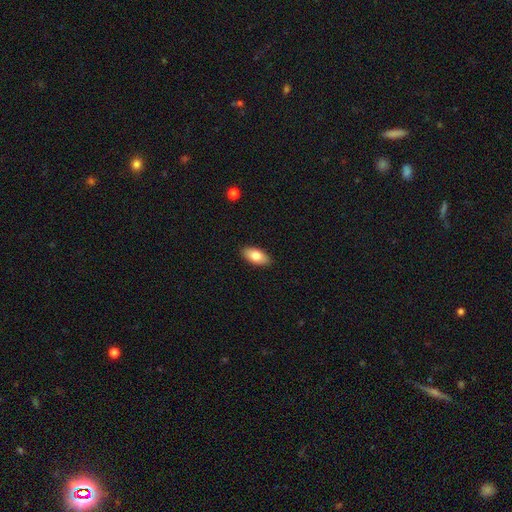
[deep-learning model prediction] smooth 80%, featured or disk 13%, star or artifact 6%. Down the decision tree: how rounded — in between (92%); merging — none (90%).